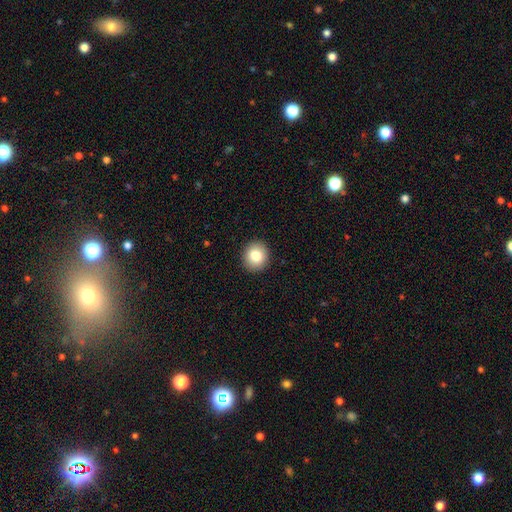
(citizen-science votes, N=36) Q: Smooth or featured?
A: smooth (81%); runner-up: featured or disk (17%)
Q: How rounded?
A: round (79%); runner-up: in between (21%)
Q: Merging?
A: none (97%); runner-up: minor disturbance (3%)